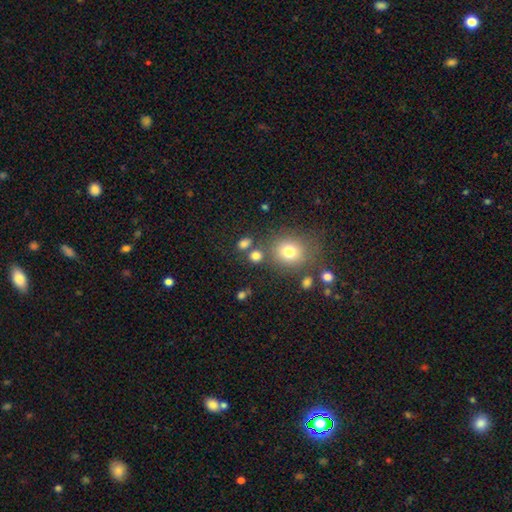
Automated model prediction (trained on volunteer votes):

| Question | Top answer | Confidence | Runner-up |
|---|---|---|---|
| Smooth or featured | smooth | 76% | star or artifact (17%) |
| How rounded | round | 75% | in between (24%) |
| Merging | none | 68% | merger (16%) |